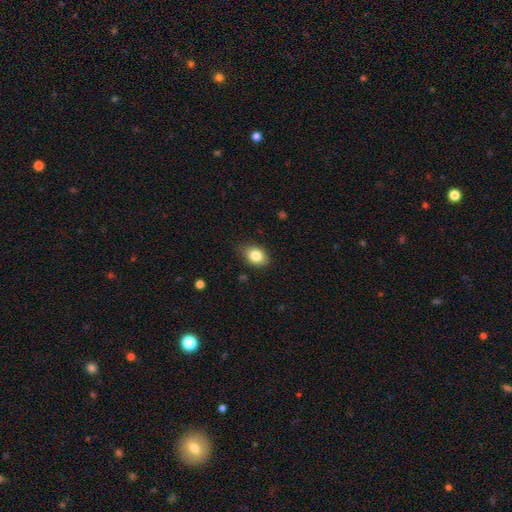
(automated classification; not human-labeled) This appears to be a smooth galaxy with no disk features (83%) that is in between round and cigar-shaped (72%). Merging: none (81%).